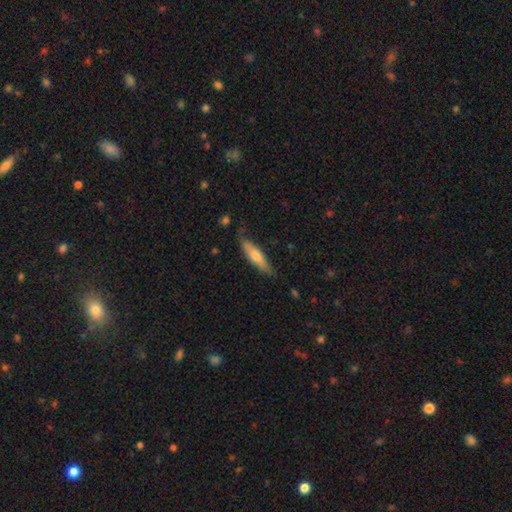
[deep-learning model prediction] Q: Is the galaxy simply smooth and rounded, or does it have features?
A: smooth — 60%.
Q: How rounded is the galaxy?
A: cigar-shaped — 74%.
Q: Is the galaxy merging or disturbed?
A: none — 78%.